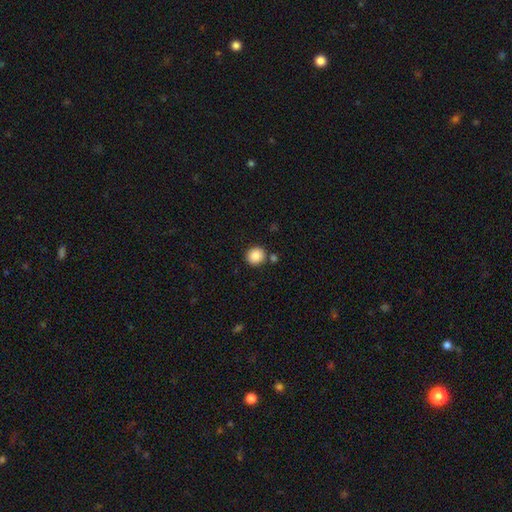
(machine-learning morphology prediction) A smooth galaxy with no disk features (88%) that is round (86%). Merging: none (82%).